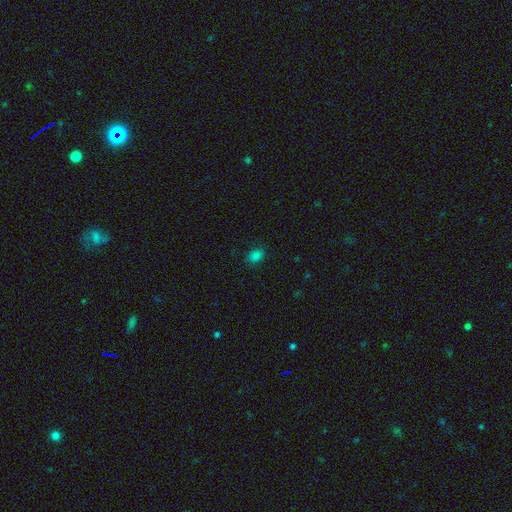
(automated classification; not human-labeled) smooth 82%, star or artifact 14%, featured or disk 4%. Down the decision tree: how rounded — in between (73%); merging — none (86%).